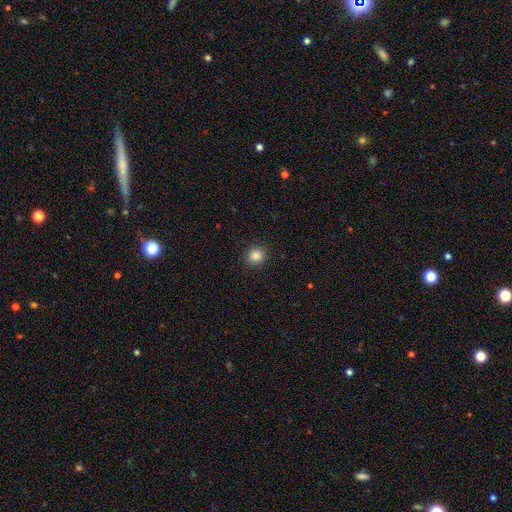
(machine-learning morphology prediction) Smooth or featured?
  - smooth: 86% *
  - star or artifact: 11%
  - featured or disk: 3%
How rounded?
  - round: 90% *
  - in between: 9%
  - cigar-shaped: 1%
Merging?
  - none: 91% *
  - minor disturbance: 6%
  - major disturbance: 2%
  - merger: 1%